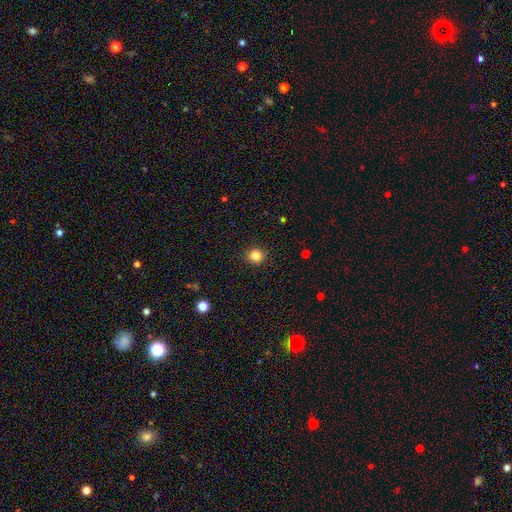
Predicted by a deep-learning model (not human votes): Q: Smooth or featured?
A: smooth (83%); runner-up: star or artifact (12%)
Q: How rounded?
A: round (94%); runner-up: in between (5%)
Q: Merging?
A: none (92%); runner-up: minor disturbance (5%)